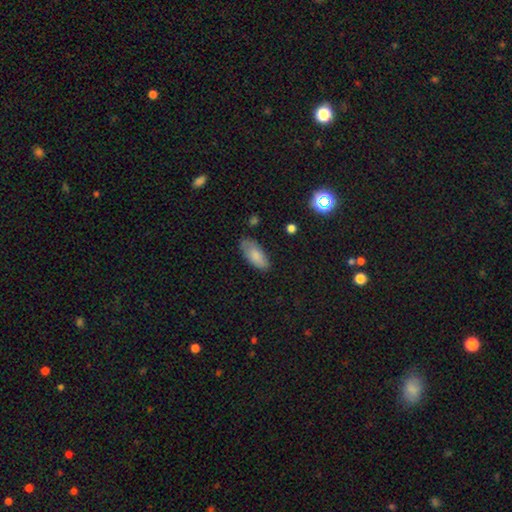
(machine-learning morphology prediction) This is clearly a smooth galaxy (82%). How rounded: clearly in between (88%). Merging: likely none (75%).